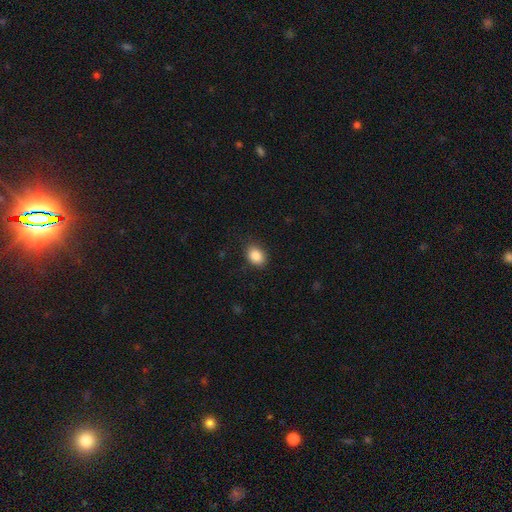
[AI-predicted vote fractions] A smooth galaxy with no disk features (87%) that is in between round and cigar-shaped (69%). Merging: none (86%).